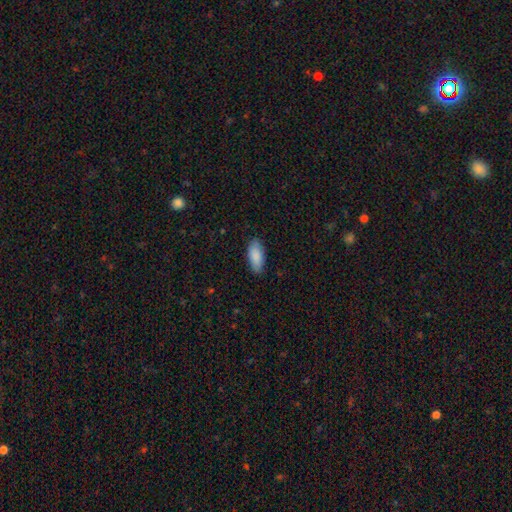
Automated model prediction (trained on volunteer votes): Morphology: type=smooth (88%); roundness=in between (87%); merging=none (84%).